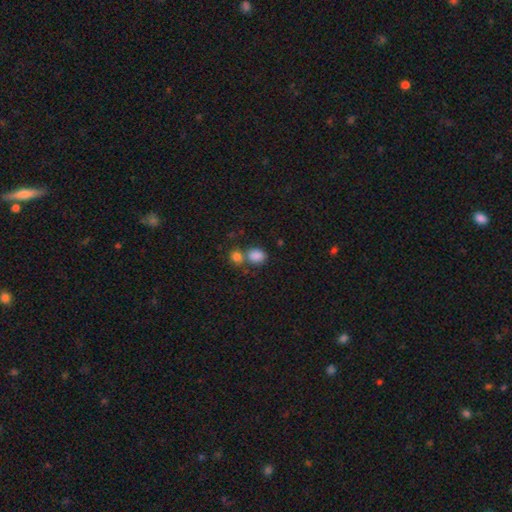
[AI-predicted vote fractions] A smooth galaxy with no disk features (85%) that is in between round and cigar-shaped (51%).

Vote fractions:
- Smooth or featured? smooth: 85% / star or artifact: 10% / featured or disk: 5%
- How rounded? in between: 51% / round: 48% / cigar-shaped: 1%
- Merging? none: 48% / merger: 36% / minor disturbance: 11% / major disturbance: 5%